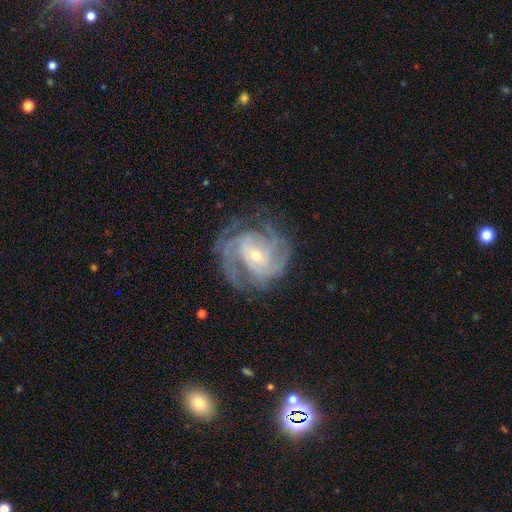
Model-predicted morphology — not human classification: Smooth or featured: featured or disk — 87% (smooth — 7%)
Edge-on disk: no — 97% (yes — 3%)
Bar: no — 52% (weak — 35%)
Spiral arms: yes — 95% (no — 5%)
Spiral winding: tight — 55% (medium — 36%)
Spiral arm count: can't tell — 27% (2 — 25%)
Bulge size: small — 62% (moderate — 34%)
Merging: none — 68% (minor disturbance — 18%)